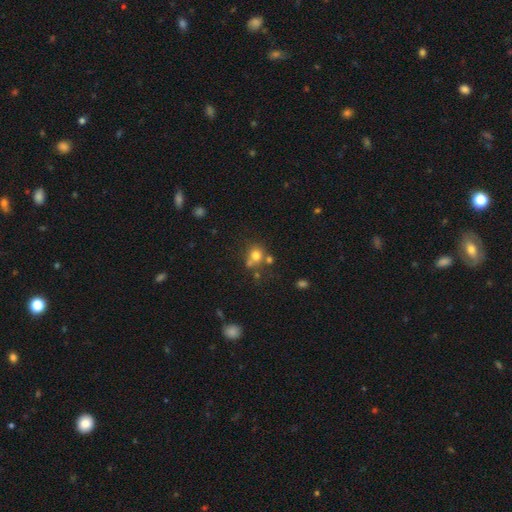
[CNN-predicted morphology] Q: Smooth or featured?
A: smooth (73%); runner-up: star or artifact (15%)
Q: How rounded?
A: round (82%); runner-up: in between (17%)
Q: Merging?
A: none (53%); runner-up: merger (30%)